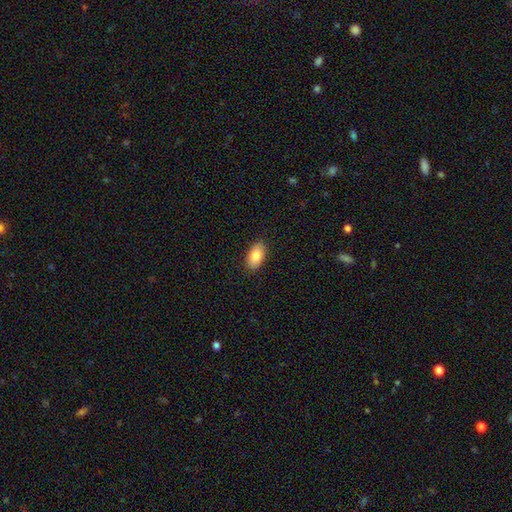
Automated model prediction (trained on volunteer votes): Smooth or featured: smooth — 85% (featured or disk — 8%)
How rounded: in between — 94% (round — 3%)
Merging: none — 89% (minor disturbance — 8%)